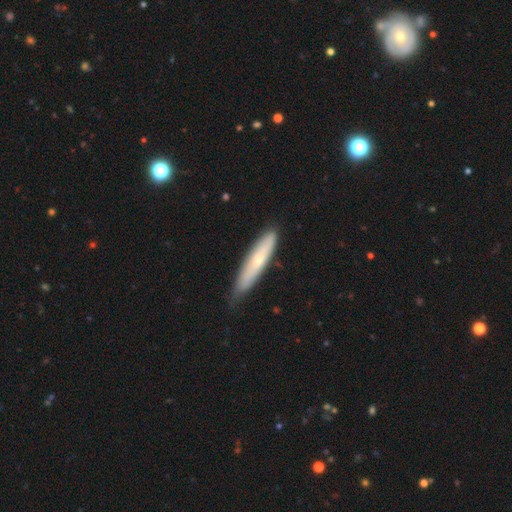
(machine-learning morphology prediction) Overall: smooth (52%; featured or disk 40%). How rounded: cigar-shaped (88%). Merging: none (83%).